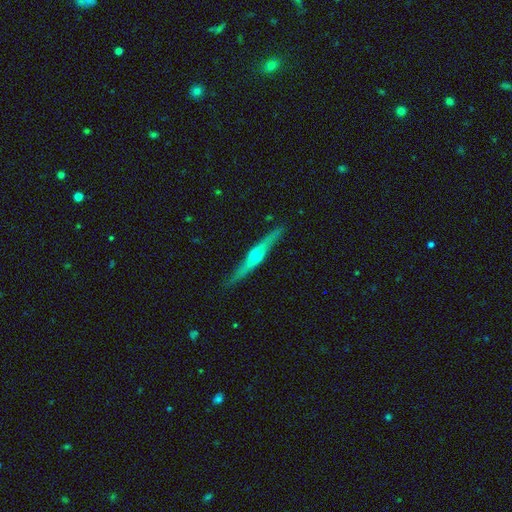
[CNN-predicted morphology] Smooth or featured? featured or disk (66%)
Edge-on disk? yes (95%)
Edge-on bulge? rounded (54%)
Merging? none (85%)